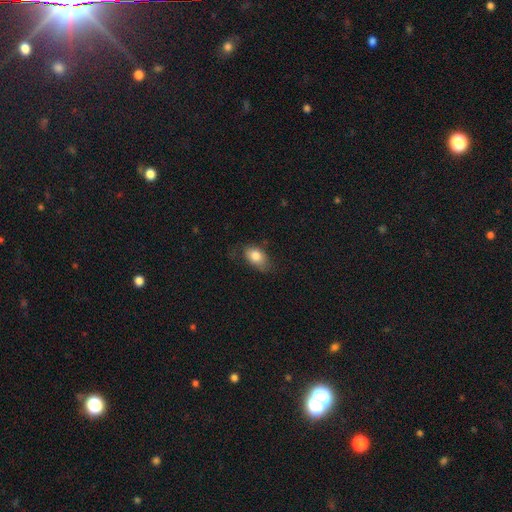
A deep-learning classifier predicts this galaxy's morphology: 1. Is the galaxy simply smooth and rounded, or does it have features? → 81% smooth, 12% featured or disk, 8% star or artifact.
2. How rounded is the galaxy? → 85% in between, 12% round, 2% cigar-shaped.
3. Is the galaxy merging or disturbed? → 62% none, 27% minor disturbance, 9% major disturbance, 1% merger.